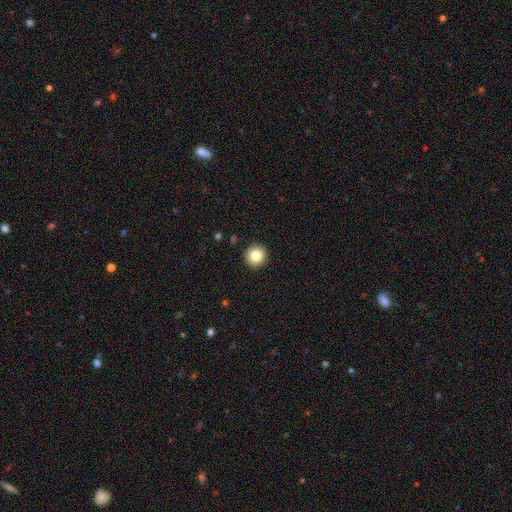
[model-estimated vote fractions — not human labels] smooth 82%, star or artifact 10%, featured or disk 8%. Down the decision tree: how rounded — round (96%); merging — none (93%).